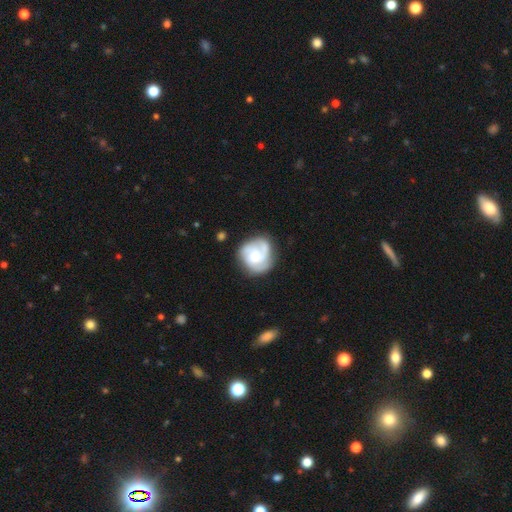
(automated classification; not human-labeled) Smooth or featured?
  - featured or disk: 75% *
  - smooth: 19%
  - star or artifact: 6%
Edge-on disk?
  - no: 98% *
  - yes: 2%
Bar?
  - no: 68% *
  - weak: 27%
  - strong: 4%
Spiral arms?
  - yes: 95% *
  - no: 5%
Spiral winding?
  - tight: 46% *
  - medium: 42%
  - loose: 12%
Spiral arm count?
  - 3: 61% *
  - 2: 12%
  - can't tell: 11%
  - 4: 9%
  - 1: 4%
  - more than 4: 3%
Bulge size?
  - moderate: 51% *
  - small: 32%
  - large: 10%
  - none: 6%
  - dominant: 2%
Merging?
  - none: 69% *
  - minor disturbance: 20%
  - major disturbance: 9%
  - merger: 3%